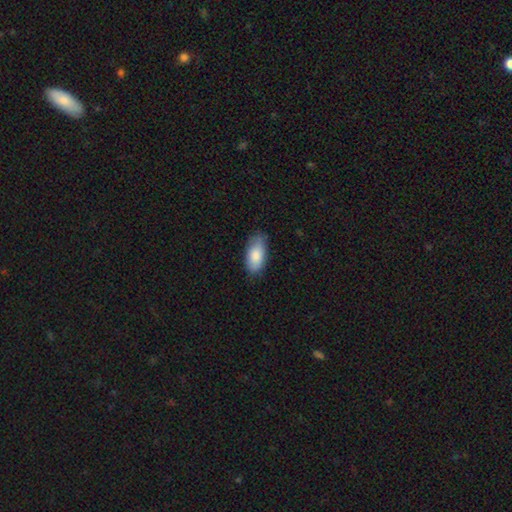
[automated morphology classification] type=smooth (85%); roundness=in between (91%); merging=none (79%).